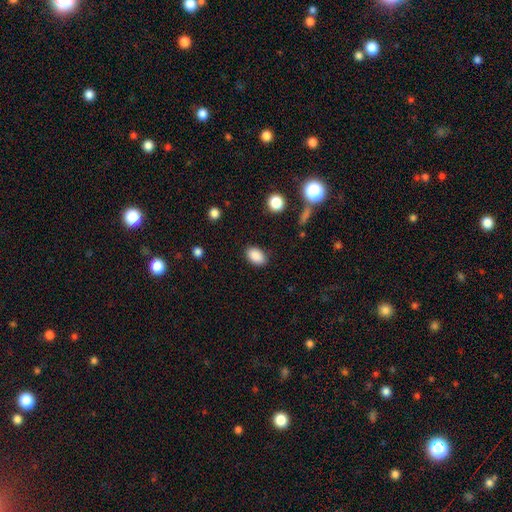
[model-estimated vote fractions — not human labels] This is clearly a smooth galaxy (88%). How rounded: clearly in between (87%). Merging: clearly none (86%).